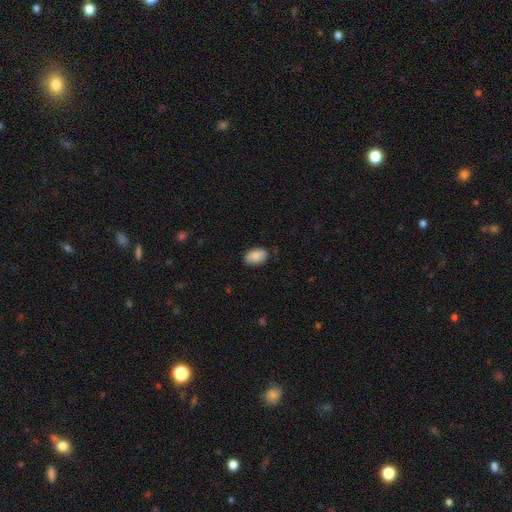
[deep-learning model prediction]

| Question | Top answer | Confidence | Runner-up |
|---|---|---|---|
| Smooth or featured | smooth | 89% | star or artifact (6%) |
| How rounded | in between | 92% | round (6%) |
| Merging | none | 83% | minor disturbance (13%) |